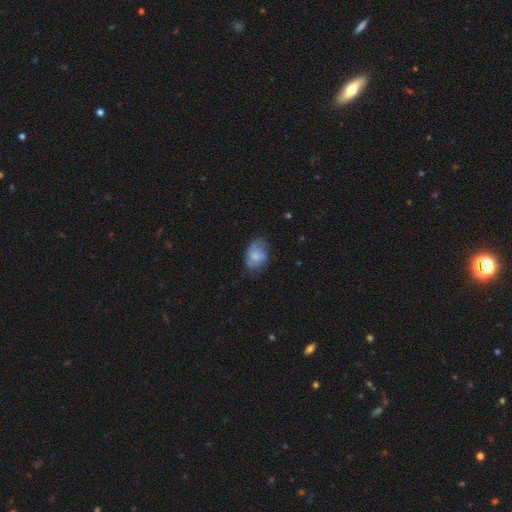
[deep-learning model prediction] Smooth or featured? Predicted: smooth (p=0.66). How rounded? Predicted: in between (p=0.78). Merging? Predicted: none (p=0.51).